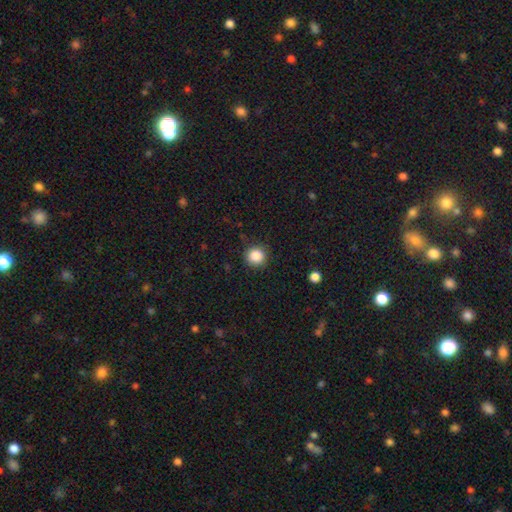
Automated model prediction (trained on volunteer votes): Smooth or featured? smooth (86%)
How rounded? round (92%)
Merging? none (88%)